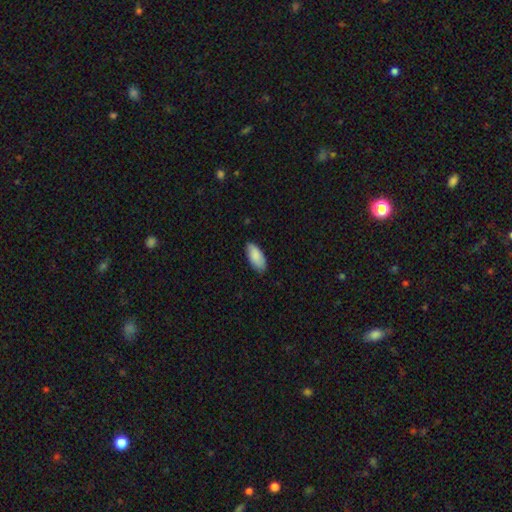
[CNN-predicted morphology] This is clearly a smooth galaxy (87%). How rounded: clearly in between (90%). Merging: clearly none (81%).